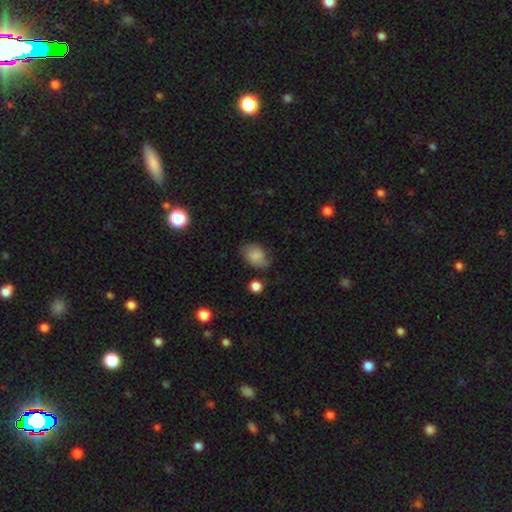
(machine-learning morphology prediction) A smooth galaxy with no disk features (76%) that is in between round and cigar-shaped (74%). Merging: none (59%).